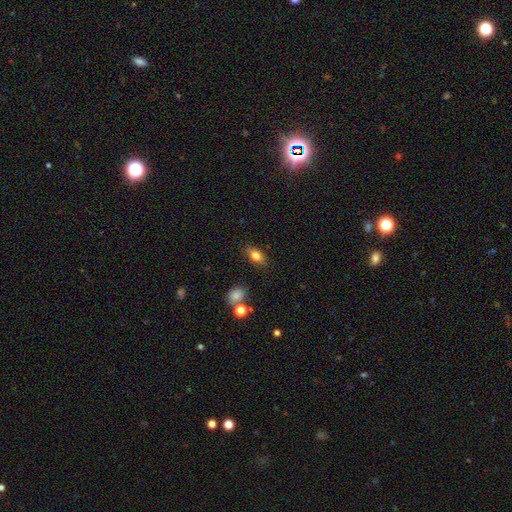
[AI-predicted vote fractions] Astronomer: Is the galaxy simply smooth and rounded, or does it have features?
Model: smooth — 80%.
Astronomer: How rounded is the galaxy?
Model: in between — 84%.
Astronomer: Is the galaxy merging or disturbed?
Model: none — 84%.